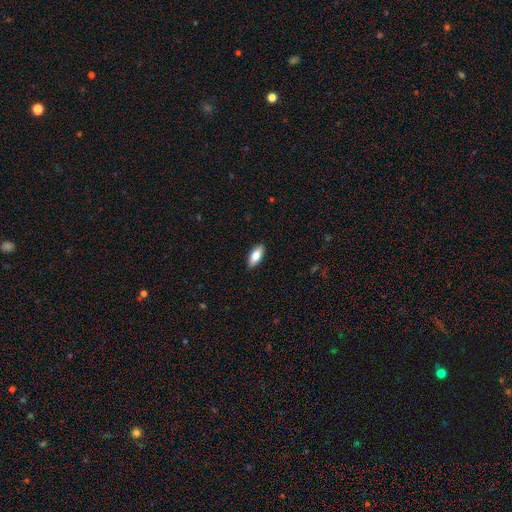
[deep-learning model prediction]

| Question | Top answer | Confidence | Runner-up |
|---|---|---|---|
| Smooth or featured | smooth | 82% | featured or disk (12%) |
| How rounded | in between | 83% | cigar-shaped (15%) |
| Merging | none | 89% | minor disturbance (8%) |